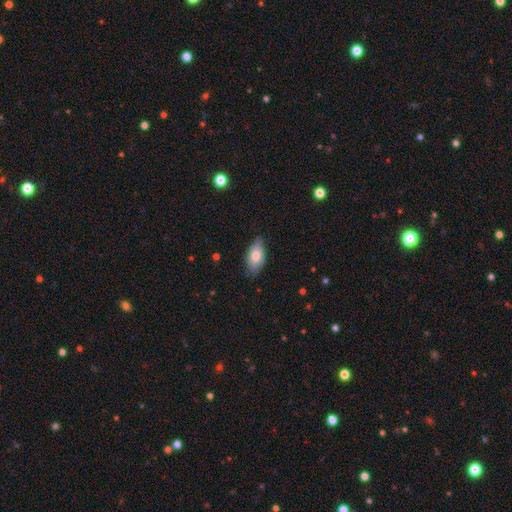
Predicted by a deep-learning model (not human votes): Morphology: type=smooth (74%); roundness=in between (91%); merging=none (74%).